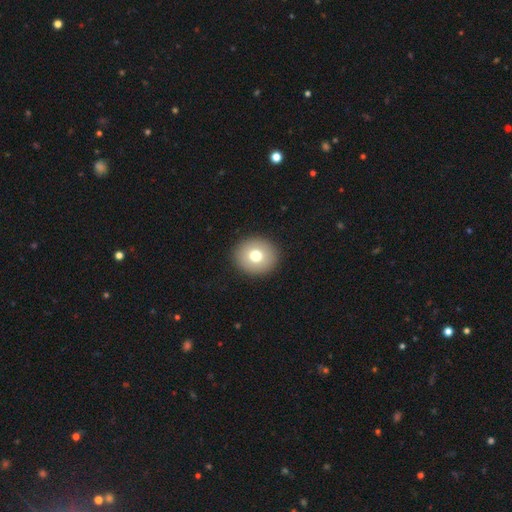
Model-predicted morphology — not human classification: A smooth galaxy with no disk features (73%) that is round (85%).

Vote fractions:
- Smooth or featured? smooth: 73% / featured or disk: 16% / star or artifact: 10%
- How rounded? round: 85% / in between: 14% / cigar-shaped: 1%
- Merging? none: 92% / minor disturbance: 5% / major disturbance: 2% / merger: 1%